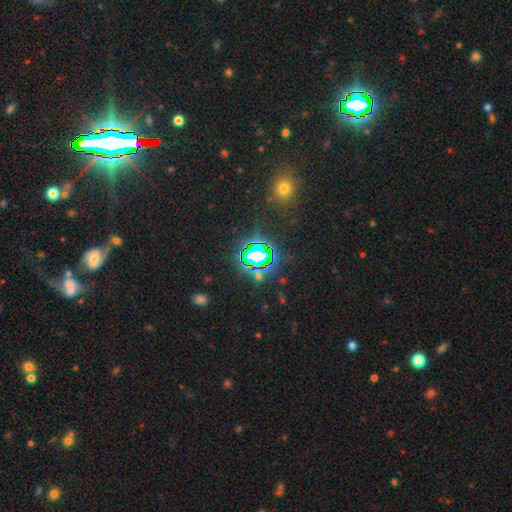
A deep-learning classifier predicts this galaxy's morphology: smooth_or_featured: star or artifact (p=0.77) [alt: smooth p=0.14]